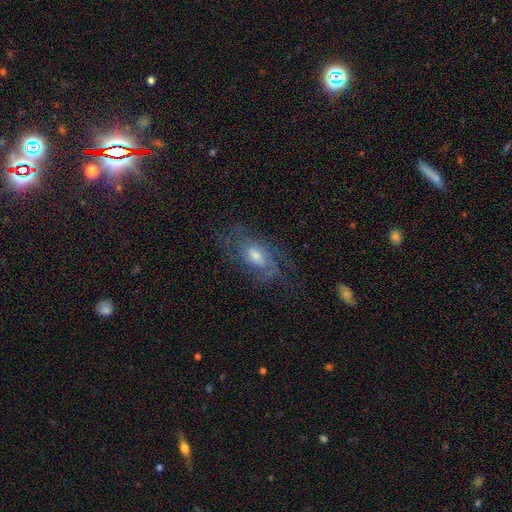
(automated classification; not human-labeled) A featured or disk galaxy (71%) with no bar (58%), tight (42%) spiral arms (86%) and a moderate central bulge (56%). Merging: none (63%).